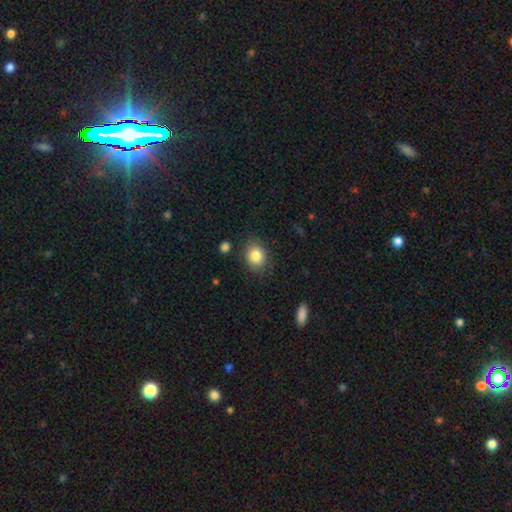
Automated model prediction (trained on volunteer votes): Smooth or featured? Predicted: smooth (p=0.84). How rounded? Predicted: round (p=0.50). Merging? Predicted: none (p=0.82).